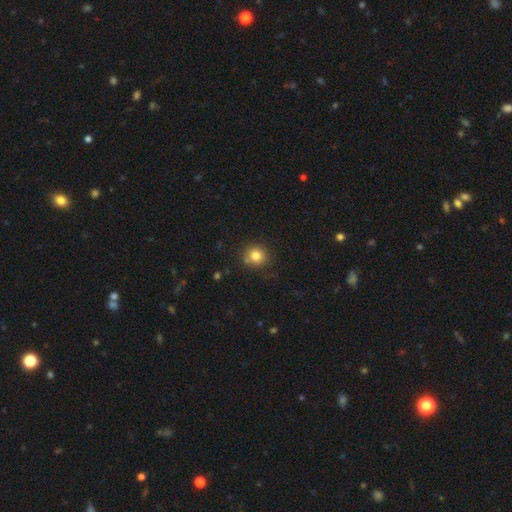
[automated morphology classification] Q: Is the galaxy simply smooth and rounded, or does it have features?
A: smooth — 82%.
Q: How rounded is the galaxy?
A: round — 89%.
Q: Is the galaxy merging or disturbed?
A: none — 80%.